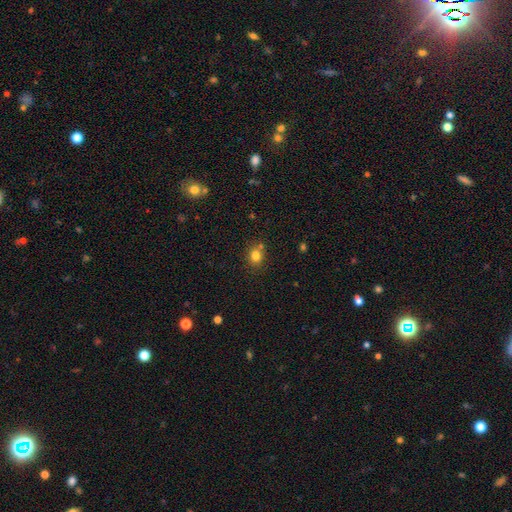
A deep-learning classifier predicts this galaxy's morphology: Overall: smooth (80%). How rounded: round (71%). Merging: none (71%).